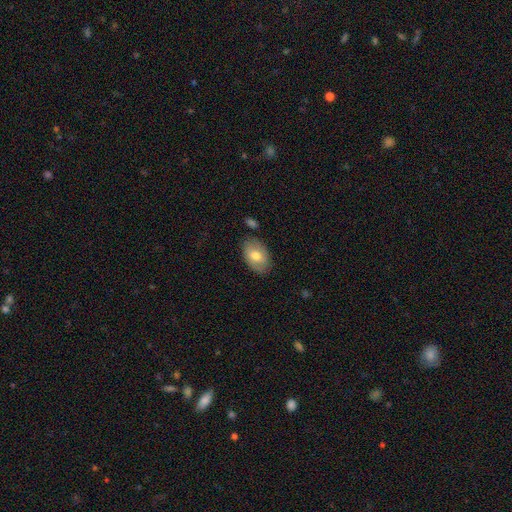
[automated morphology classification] Overall: smooth (71%). How rounded: in between (89%). Merging: none (80%).